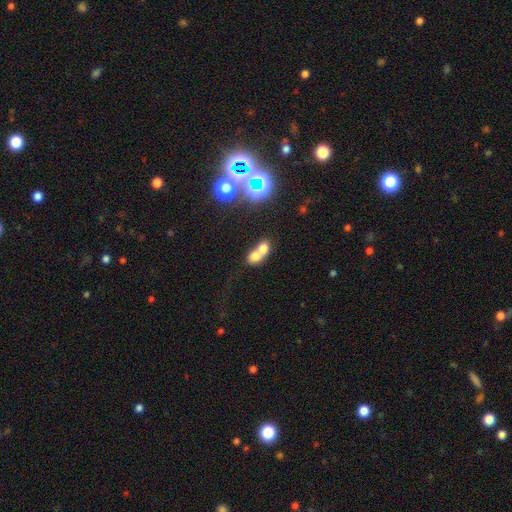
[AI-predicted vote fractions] smooth-or-featured: smooth: 67% | featured or disk: 19% | star or artifact: 14%
  how-rounded: round: 52% | in between: 46% | cigar-shaped: 2%
  merging: merger: 74% | none: 18% | minor disturbance: 5% | major disturbance: 3%